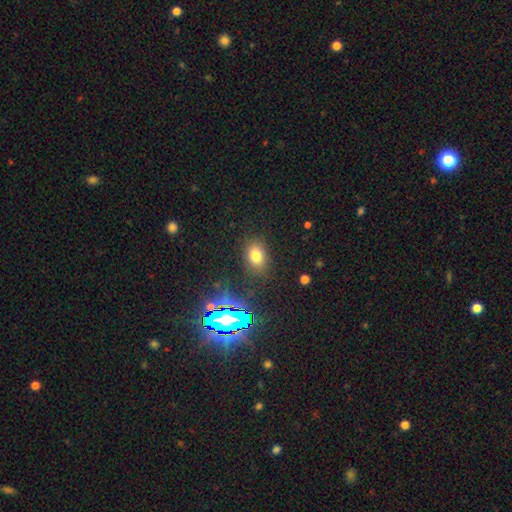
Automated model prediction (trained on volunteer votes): This is likely a smooth galaxy (73%). How rounded: likely in between (72%). Merging: clearly none (82%).